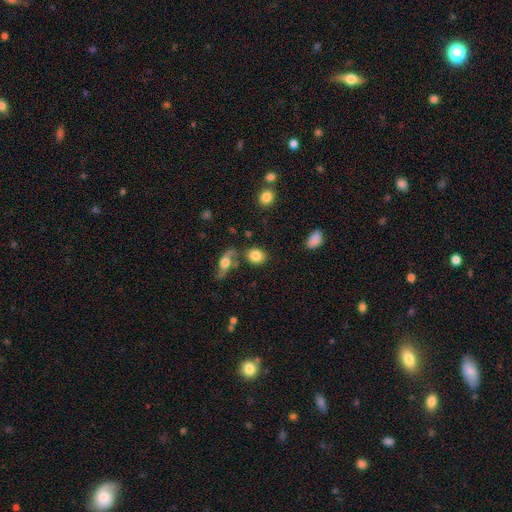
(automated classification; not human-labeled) A smooth galaxy with no disk features (81%) that is round (66%). Merging: none (71%).